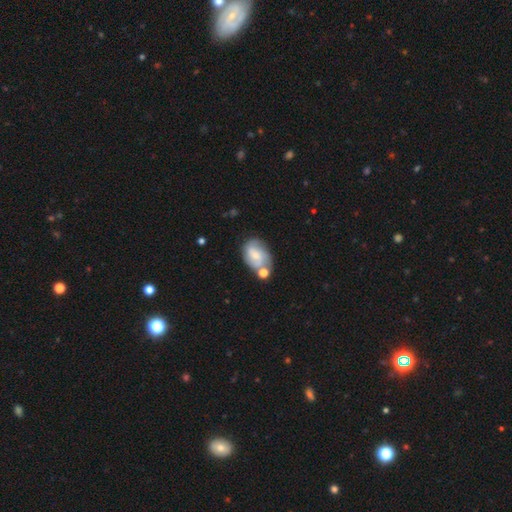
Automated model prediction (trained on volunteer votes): Q: Smooth or featured?
A: featured or disk (54%); runner-up: smooth (38%)
Q: Edge-on disk?
A: no (96%); runner-up: yes (4%)
Q: Bar?
A: no (59%); runner-up: weak (34%)
Q: Spiral arms?
A: yes (80%); runner-up: no (20%)
Q: Bulge size?
A: small (55%); runner-up: moderate (35%)
Q: Merging?
A: none (46%); runner-up: merger (25%)